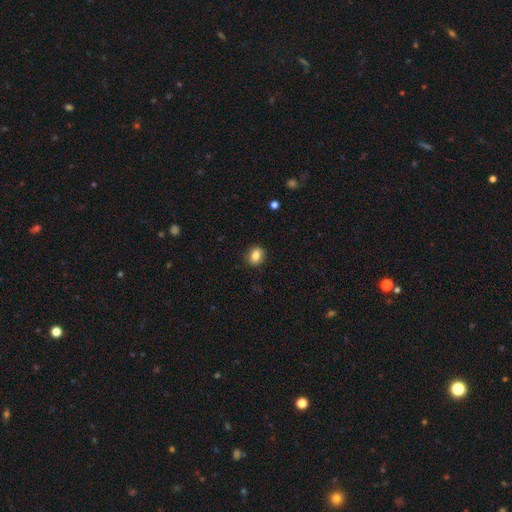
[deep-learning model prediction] A smooth galaxy with no disk features (84%) that is in between round and cigar-shaped (53%). Merging: none (86%).